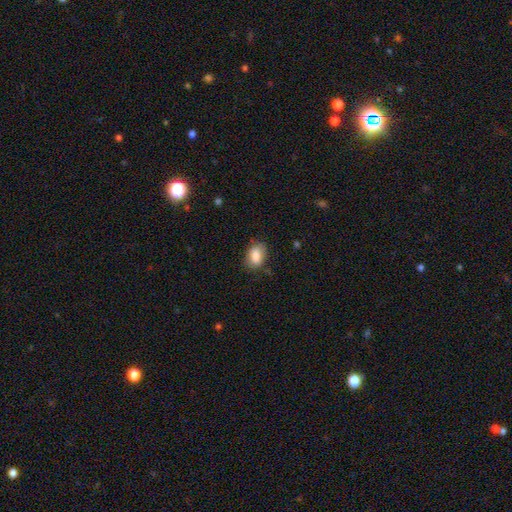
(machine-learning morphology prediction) Smooth or featured? Predicted: smooth (p=0.84). How rounded? Predicted: in between (p=0.86). Merging? Predicted: none (p=0.74).